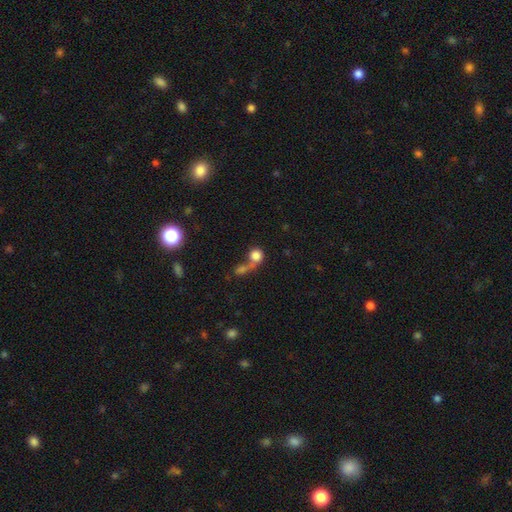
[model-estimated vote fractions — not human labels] smooth-or-featured: smooth: 79% | star or artifact: 11% | featured or disk: 11%
  how-rounded: round: 82% | in between: 16% | cigar-shaped: 2%
  merging: merger: 52% | none: 30% | major disturbance: 10% | minor disturbance: 8%